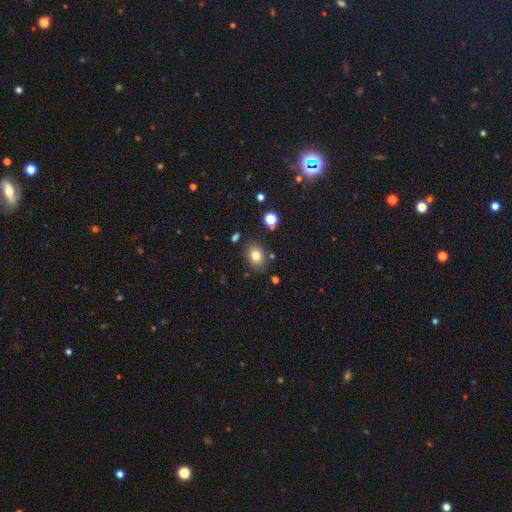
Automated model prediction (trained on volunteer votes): Smooth or featured? Predicted: smooth (p=0.78). How rounded? Predicted: in between (p=0.70). Merging? Predicted: none (p=0.81).